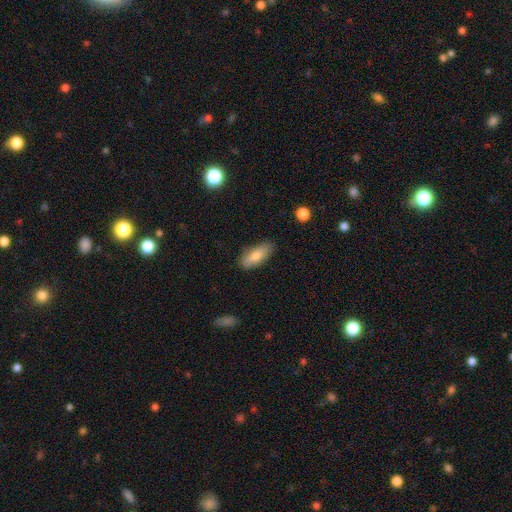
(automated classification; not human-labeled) A smooth galaxy with no disk features (73%) that is in between round and cigar-shaped (75%).

Vote fractions:
- Smooth or featured? smooth: 73% / featured or disk: 20% / star or artifact: 7%
- How rounded? in between: 75% / cigar-shaped: 22% / round: 3%
- Merging? none: 81% / minor disturbance: 15% / major disturbance: 3% / merger: 1%